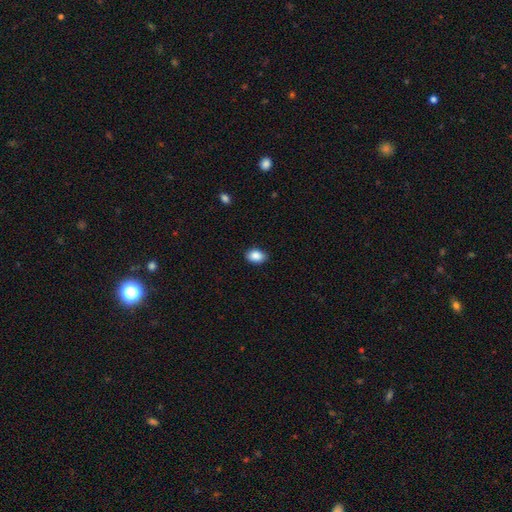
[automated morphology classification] A smooth galaxy with no disk features (88%) that is in between round and cigar-shaped (81%). Merging: none (87%).